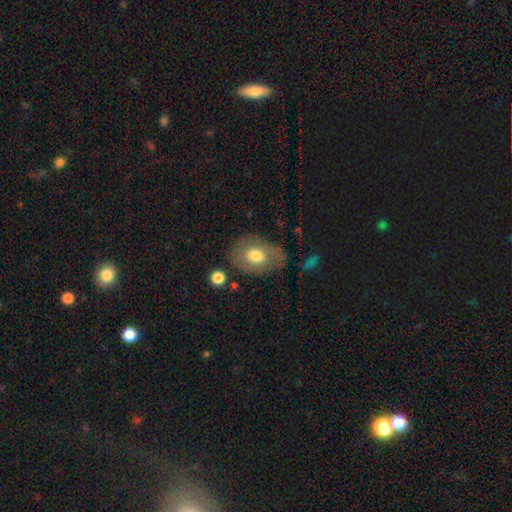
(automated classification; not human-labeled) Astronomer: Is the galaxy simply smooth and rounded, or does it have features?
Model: smooth — 64%.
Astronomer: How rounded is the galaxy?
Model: in between — 75%.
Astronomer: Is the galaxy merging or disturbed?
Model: none — 67%.